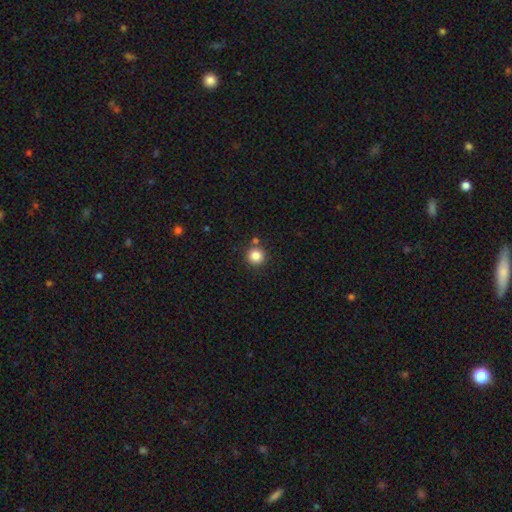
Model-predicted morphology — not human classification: This appears to be a smooth galaxy with no disk features (85%) that is round (94%). Merging: none (81%).